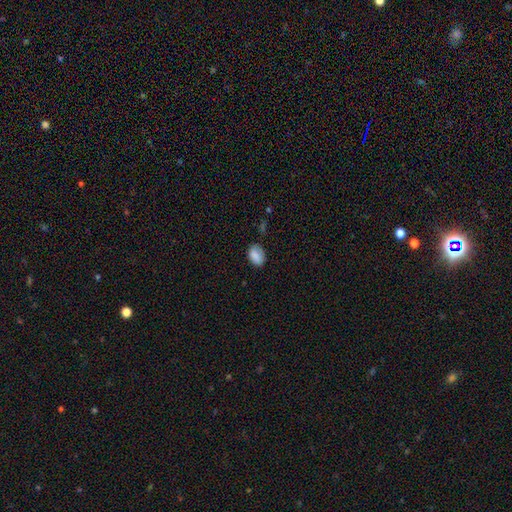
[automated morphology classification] type=smooth (85%); roundness=in between (83%); merging=none (73%).